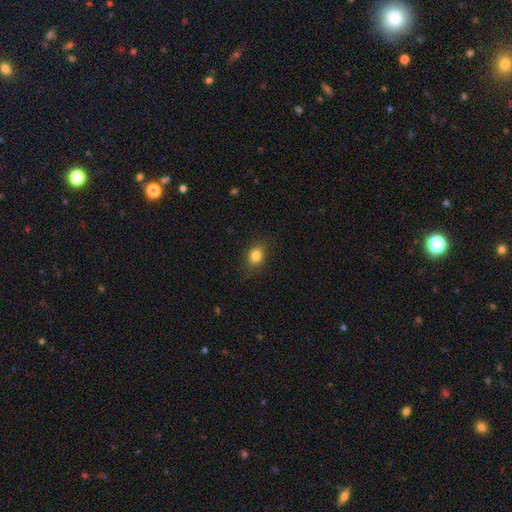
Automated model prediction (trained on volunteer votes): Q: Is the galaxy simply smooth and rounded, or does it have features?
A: smooth — 83%.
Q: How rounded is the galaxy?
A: in between — 56%.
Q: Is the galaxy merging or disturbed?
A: none — 82%.